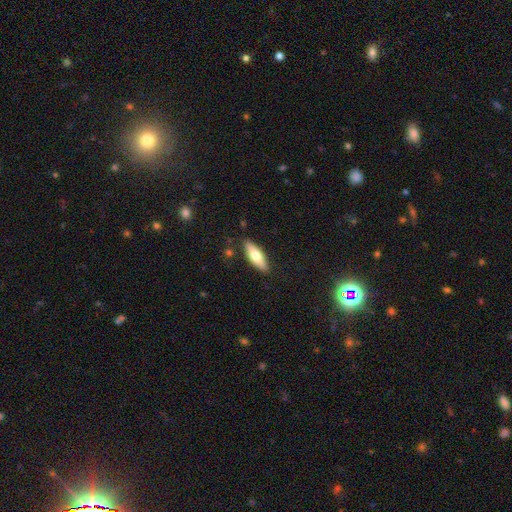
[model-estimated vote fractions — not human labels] This appears to be a smooth galaxy with no disk features (63%) that is in between round and cigar-shaped (58%). Merging: none (86%).